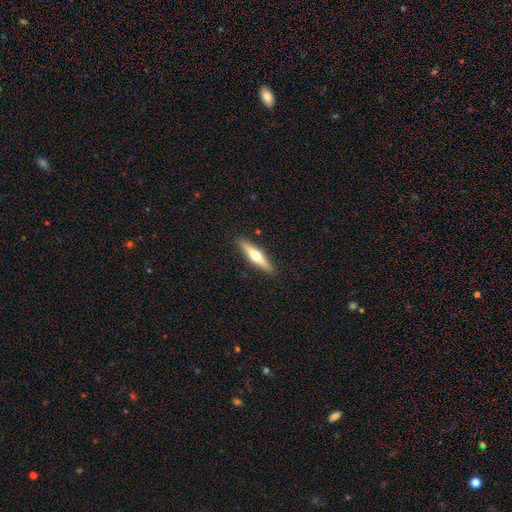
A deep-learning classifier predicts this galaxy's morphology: Smooth or featured? Predicted: featured or disk (p=0.52). Edge-on disk? Predicted: yes (p=0.94). Merging? Predicted: none (p=0.91).